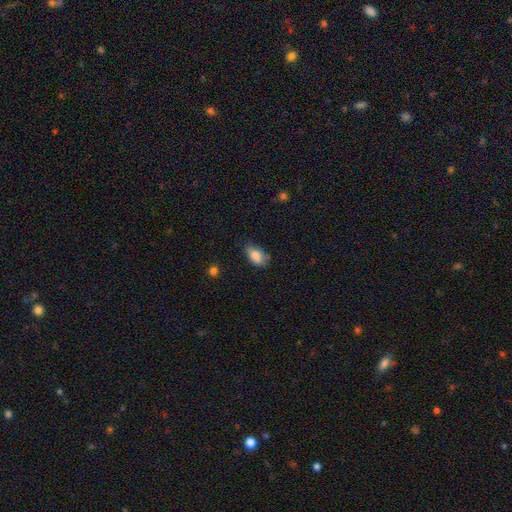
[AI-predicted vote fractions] Overall: smooth (82%). How rounded: in between (90%). Merging: none (54%; minor disturbance 35%).